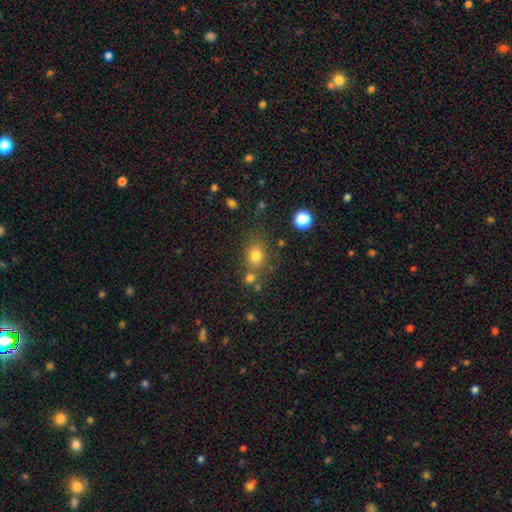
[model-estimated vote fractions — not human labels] smooth 77%, star or artifact 14%, featured or disk 9%. Down the decision tree: how rounded — round (55%); merging — none (66%).